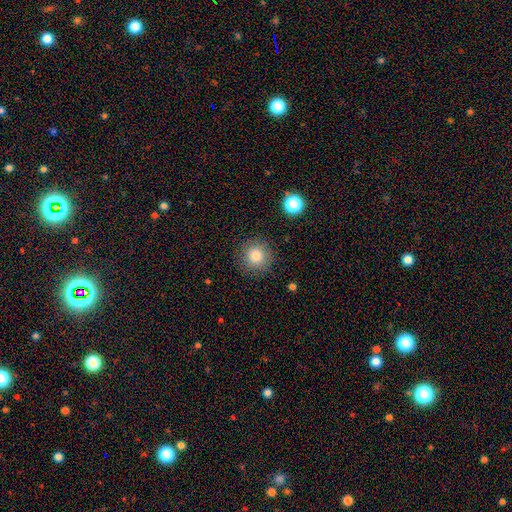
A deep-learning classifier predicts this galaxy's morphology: smooth-or-featured: smooth: 82% | star or artifact: 11% | featured or disk: 7%
  how-rounded: round: 95% | in between: 4% | cigar-shaped: 1%
  merging: none: 88% | minor disturbance: 8% | major disturbance: 3% | merger: 1%